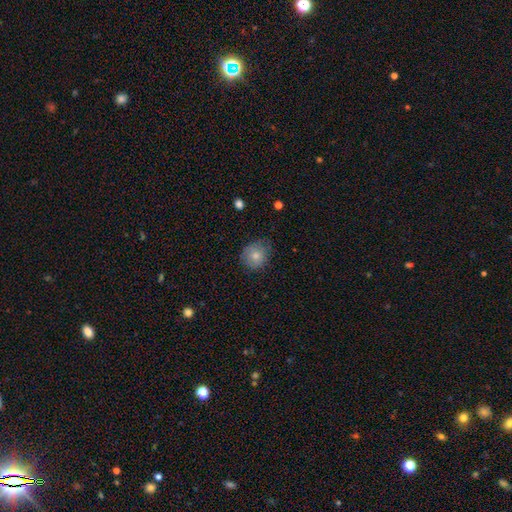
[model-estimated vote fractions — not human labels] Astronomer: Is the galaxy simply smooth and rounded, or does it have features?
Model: smooth — 76%.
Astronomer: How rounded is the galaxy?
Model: round — 80%.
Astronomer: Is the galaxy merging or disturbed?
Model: none — 67%.